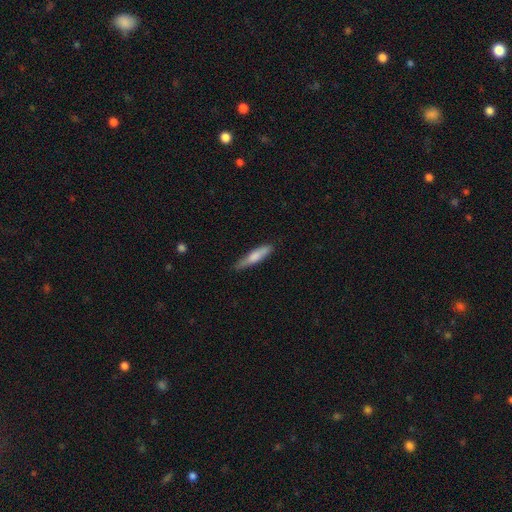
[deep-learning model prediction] A smooth galaxy with no disk features (69%) that is cigar-shaped (83%).

Vote fractions:
- Smooth or featured? smooth: 69% / featured or disk: 25% / star or artifact: 6%
- How rounded? cigar-shaped: 83% / in between: 16% / round: 2%
- Merging? none: 77% / minor disturbance: 19% / major disturbance: 3% / merger: 1%